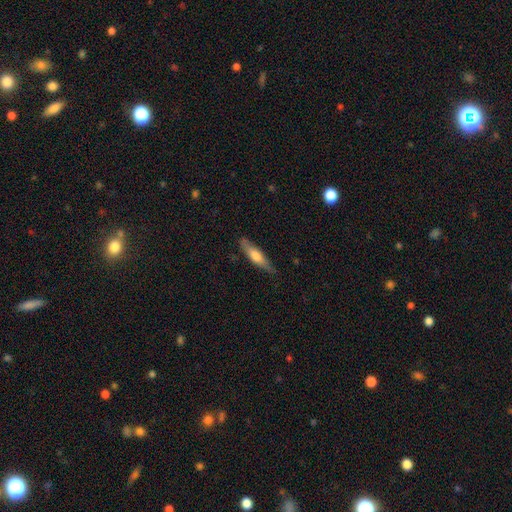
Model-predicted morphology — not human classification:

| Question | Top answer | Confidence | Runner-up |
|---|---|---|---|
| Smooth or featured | smooth | 57% | featured or disk (37%) |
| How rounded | cigar-shaped | 75% | in between (23%) |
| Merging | none | 80% | minor disturbance (16%) |